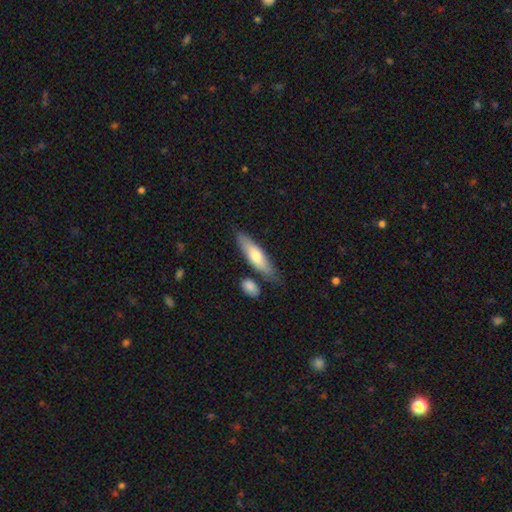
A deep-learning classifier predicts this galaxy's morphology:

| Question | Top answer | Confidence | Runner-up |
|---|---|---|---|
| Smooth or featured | smooth | 64% | featured or disk (31%) |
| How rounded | cigar-shaped | 64% | in between (34%) |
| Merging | none | 74% | minor disturbance (15%) |